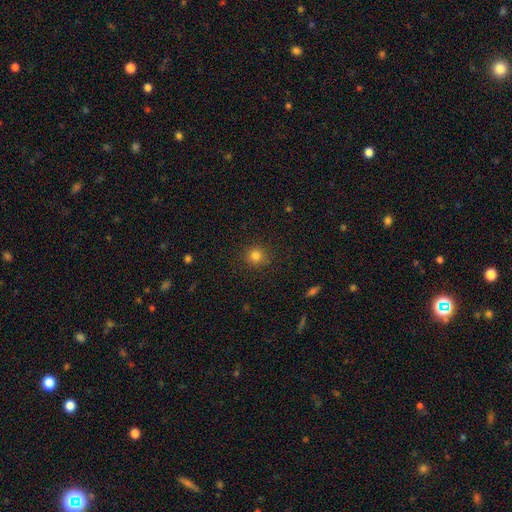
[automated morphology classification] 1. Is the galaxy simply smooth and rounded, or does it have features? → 81% smooth, 13% star or artifact, 5% featured or disk.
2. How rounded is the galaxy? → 90% round, 9% in between, 1% cigar-shaped.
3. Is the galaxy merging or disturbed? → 89% none, 8% minor disturbance, 3% major disturbance, 1% merger.